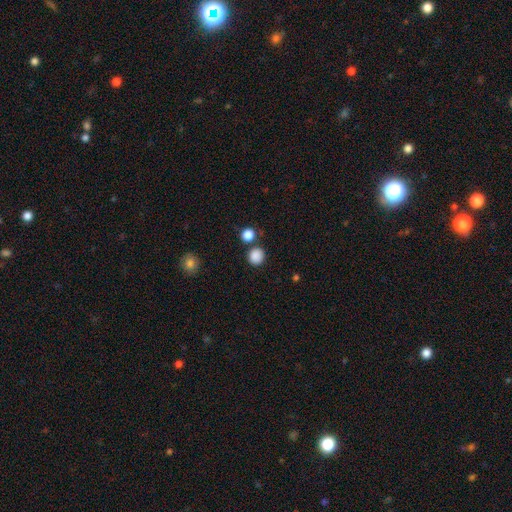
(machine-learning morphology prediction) smooth-or-featured: smooth: 86% | star or artifact: 10% | featured or disk: 3%
  how-rounded: round: 90% | in between: 9% | cigar-shaped: 1%
  merging: none: 81% | merger: 8% | minor disturbance: 8% | major disturbance: 3%